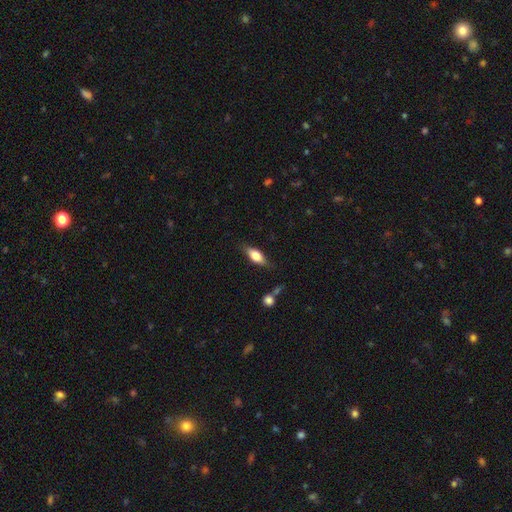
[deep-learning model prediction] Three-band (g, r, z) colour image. It shows a smooth galaxy with no disk features (65%) that is in between round and cigar-shaped (74%). Merging: none (77%).